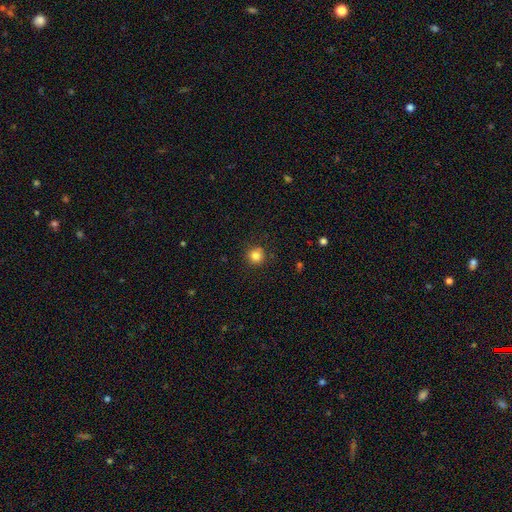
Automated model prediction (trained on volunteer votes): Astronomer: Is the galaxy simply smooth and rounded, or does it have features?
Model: smooth — 83%.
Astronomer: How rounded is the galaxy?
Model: round — 94%.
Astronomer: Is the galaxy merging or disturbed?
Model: none — 89%.